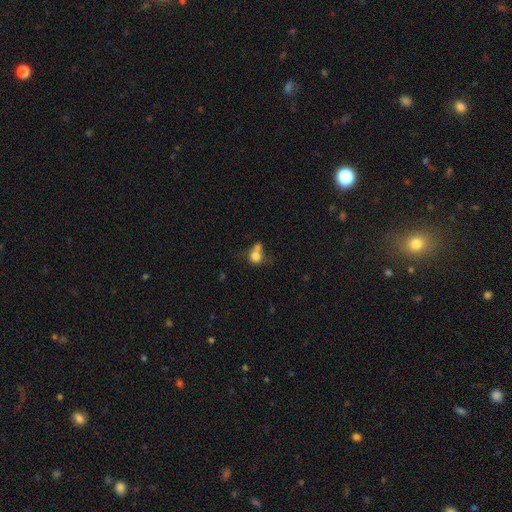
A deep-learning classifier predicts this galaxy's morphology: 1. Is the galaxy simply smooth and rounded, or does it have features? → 75% smooth, 14% featured or disk, 11% star or artifact.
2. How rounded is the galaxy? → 71% round, 27% in between, 1% cigar-shaped.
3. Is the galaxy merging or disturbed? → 42% merger, 31% none, 15% minor disturbance, 11% major disturbance.